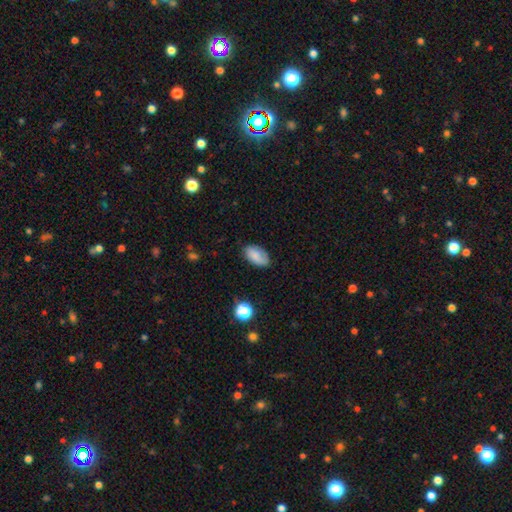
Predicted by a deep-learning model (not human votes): Q: Smooth or featured?
A: smooth (80%); runner-up: featured or disk (12%)
Q: How rounded?
A: in between (93%); runner-up: round (5%)
Q: Merging?
A: none (75%); runner-up: minor disturbance (19%)